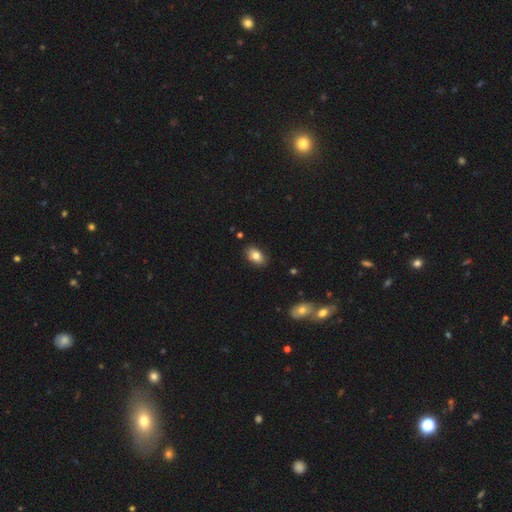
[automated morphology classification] A smooth galaxy with no disk features (81%) that is in between round and cigar-shaped (89%).

Vote fractions:
- Smooth or featured? smooth: 81% / featured or disk: 11% / star or artifact: 8%
- How rounded? in between: 89% / round: 9% / cigar-shaped: 2%
- Merging? none: 85% / minor disturbance: 11% / major disturbance: 2% / merger: 1%